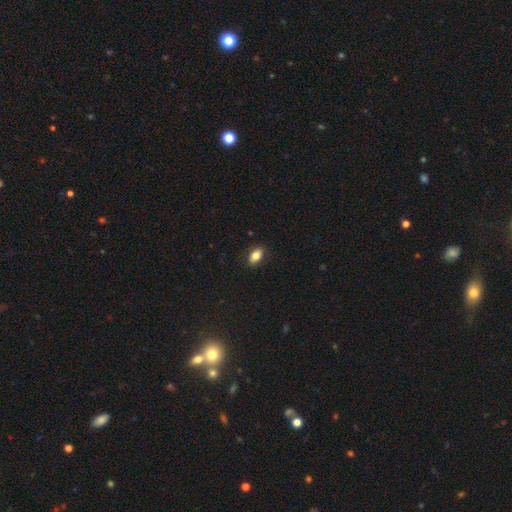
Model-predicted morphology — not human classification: Q: Smooth or featured?
A: smooth (82%); runner-up: featured or disk (10%)
Q: How rounded?
A: in between (89%); runner-up: round (8%)
Q: Merging?
A: none (87%); runner-up: minor disturbance (10%)